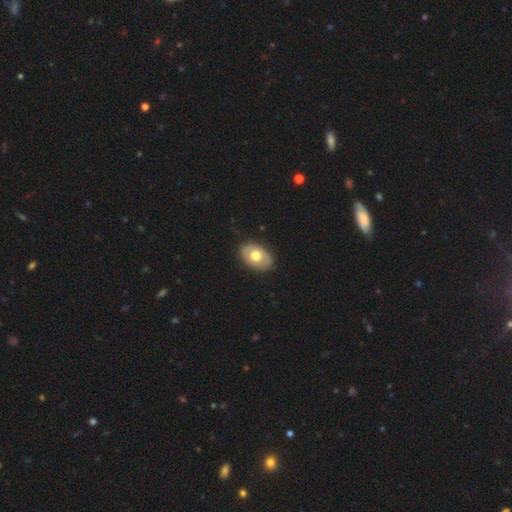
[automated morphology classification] type=smooth (61%); roundness=in between (82%); merging=none (86%).